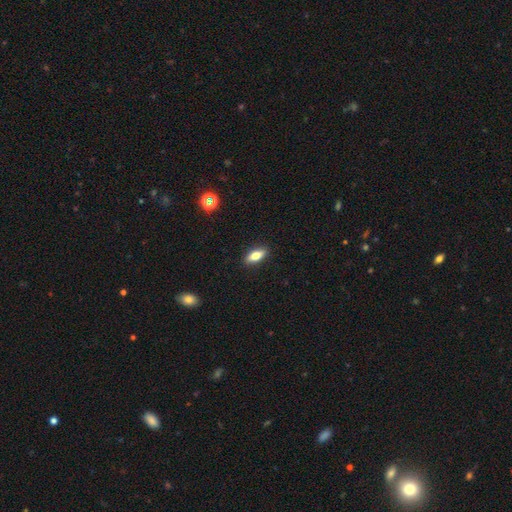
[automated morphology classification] This is likely a smooth galaxy (69%). How rounded: likely in between (72%). Merging: clearly none (89%).